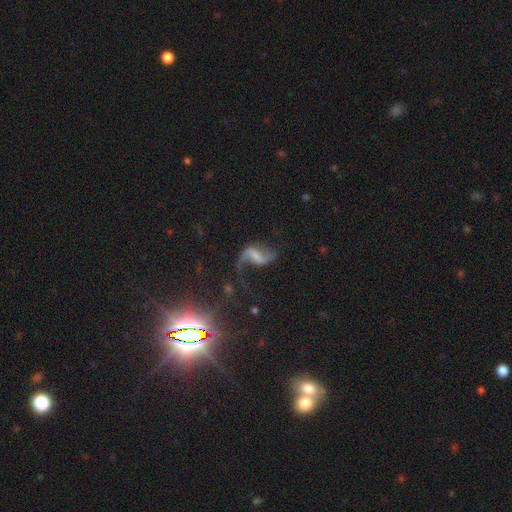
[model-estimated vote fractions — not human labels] Smooth or featured?
  - featured or disk: 82% *
  - smooth: 10%
  - star or artifact: 8%
Edge-on disk?
  - no: 97% *
  - yes: 3%
Bar?
  - weak: 44% *
  - strong: 34%
  - no: 23%
Spiral arms?
  - yes: 93% *
  - no: 7%
Spiral winding?
  - loose: 83% *
  - medium: 14%
  - tight: 3%
Spiral arm count?
  - 2: 86% *
  - 1: 9%
  - can't tell: 2%
  - 3: 1%
  - 4: 1%
  - more than 4: 1%
Bulge size?
  - none: 45% *
  - small: 31%
  - moderate: 18%
  - large: 5%
  - dominant: 2%
Merging?
  - none: 57% *
  - major disturbance: 21%
  - minor disturbance: 17%
  - merger: 5%